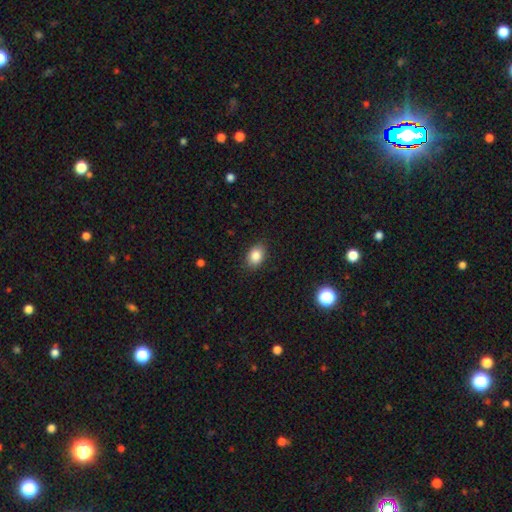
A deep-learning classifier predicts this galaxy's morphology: A smooth galaxy with no disk features (85%) that is in between round and cigar-shaped (78%).

Vote fractions:
- Smooth or featured? smooth: 85% / star or artifact: 9% / featured or disk: 5%
- How rounded? in between: 78% / round: 21% / cigar-shaped: 1%
- Merging? none: 87% / minor disturbance: 10% / major disturbance: 2% / merger: 1%